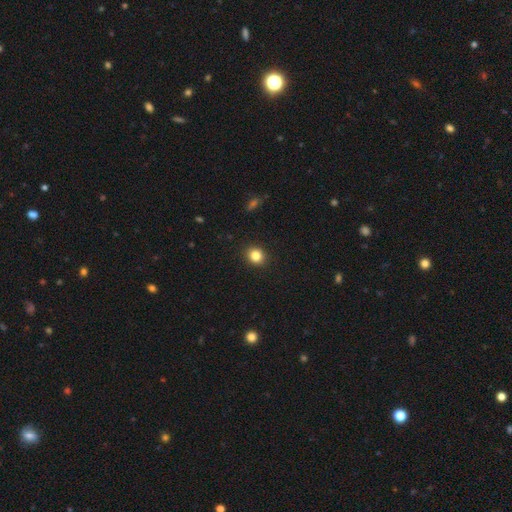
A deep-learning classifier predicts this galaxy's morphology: smooth-or-featured: smooth: 84% | star or artifact: 11% | featured or disk: 5%
  how-rounded: round: 75% | in between: 24% | cigar-shaped: 1%
  merging: none: 91% | minor disturbance: 6% | major disturbance: 2% | merger: 1%